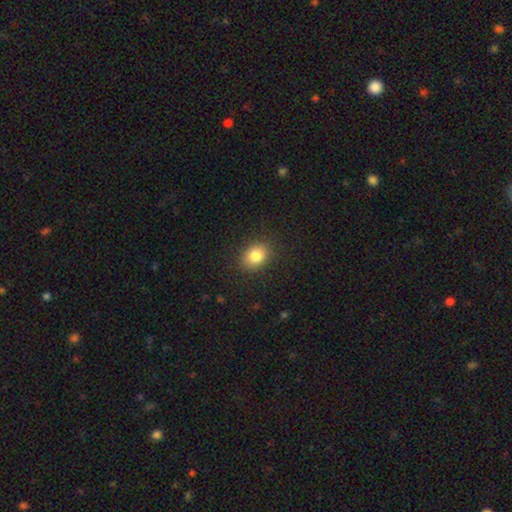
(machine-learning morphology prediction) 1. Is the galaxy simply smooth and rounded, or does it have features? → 84% smooth, 10% star or artifact, 6% featured or disk.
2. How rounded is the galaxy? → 54% in between, 45% round, 1% cigar-shaped.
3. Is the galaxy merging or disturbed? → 87% none, 9% minor disturbance, 3% major disturbance, 1% merger.